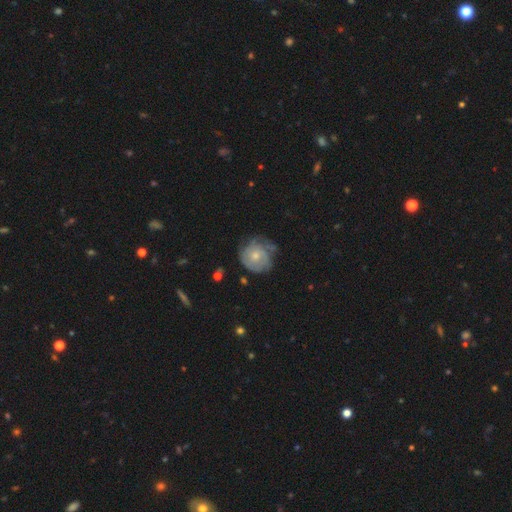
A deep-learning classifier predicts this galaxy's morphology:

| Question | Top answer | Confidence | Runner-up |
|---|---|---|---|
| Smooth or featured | featured or disk | 58% | smooth (35%) |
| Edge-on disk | no | 98% | yes (2%) |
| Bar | no | 83% | weak (15%) |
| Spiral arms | yes | 76% | no (24%) |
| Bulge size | small | 58% | moderate (37%) |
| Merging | none | 56% | minor disturbance (28%) |